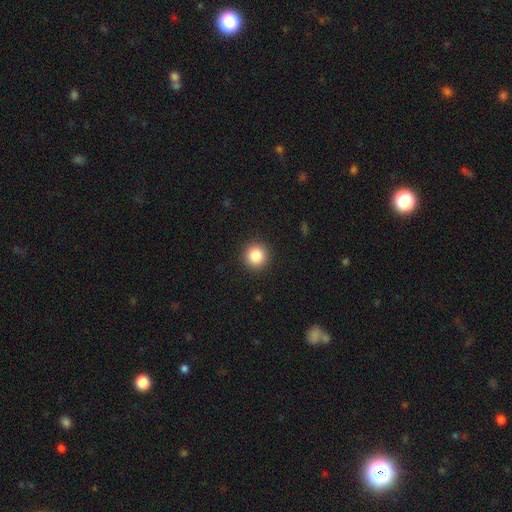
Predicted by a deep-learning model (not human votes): The model was most divided on "smooth or featured": smooth: 85%, star or artifact: 10%, featured or disk: 5%. More confident: how rounded — round (94%); merging — none (92%).